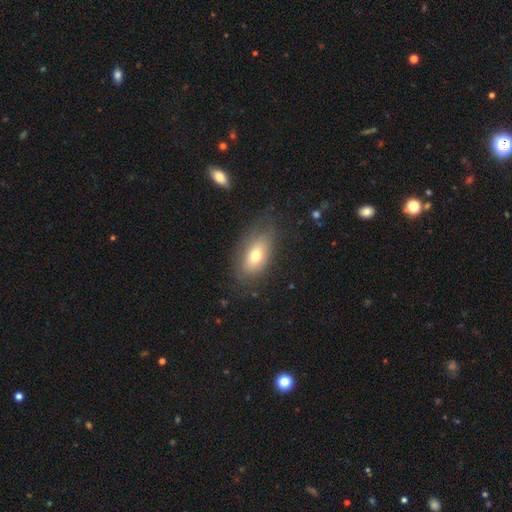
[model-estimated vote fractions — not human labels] smooth-or-featured: smooth: 67% | featured or disk: 25% | star or artifact: 8%
  how-rounded: in between: 90% | round: 6% | cigar-shaped: 4%
  merging: none: 67% | minor disturbance: 22% | major disturbance: 9% | merger: 2%